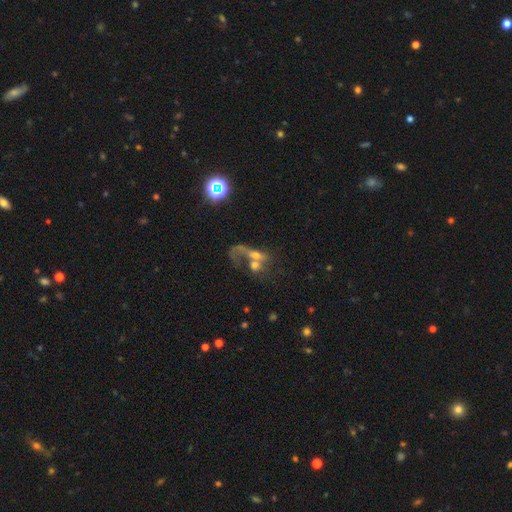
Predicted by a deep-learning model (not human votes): Smooth or featured? featured or disk (47%)
Merging? merger (60%)